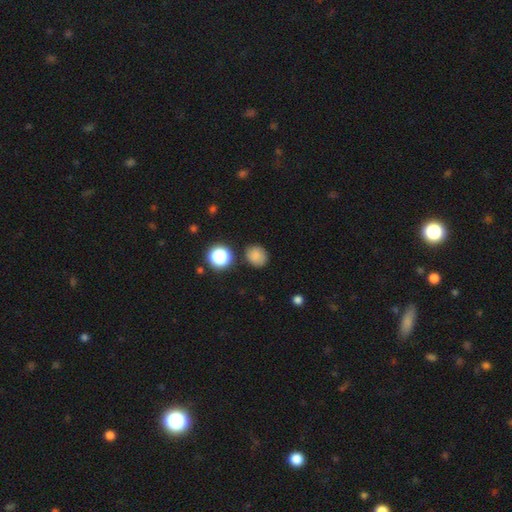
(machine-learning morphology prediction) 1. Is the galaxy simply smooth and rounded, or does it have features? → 81% smooth, 14% star or artifact, 5% featured or disk.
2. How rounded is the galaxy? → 74% round, 25% in between, 1% cigar-shaped.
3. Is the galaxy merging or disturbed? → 81% none, 12% minor disturbance, 3% merger, 3% major disturbance.